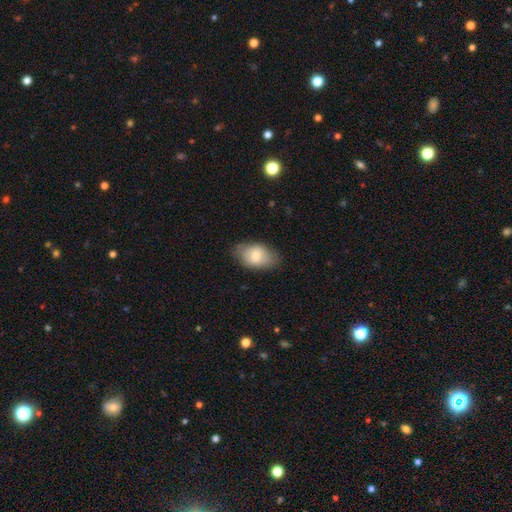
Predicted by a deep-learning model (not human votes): Smooth or featured?
  - smooth: 73% *
  - featured or disk: 20%
  - star or artifact: 7%
How rounded?
  - in between: 90% *
  - round: 8%
  - cigar-shaped: 1%
Merging?
  - none: 76% *
  - minor disturbance: 19%
  - major disturbance: 4%
  - merger: 1%